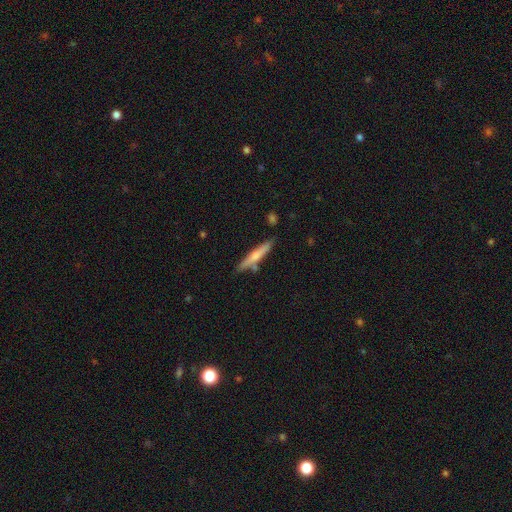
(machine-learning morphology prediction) A smooth galaxy with no disk features (51%) that is cigar-shaped (92%). Merging: none (79%).